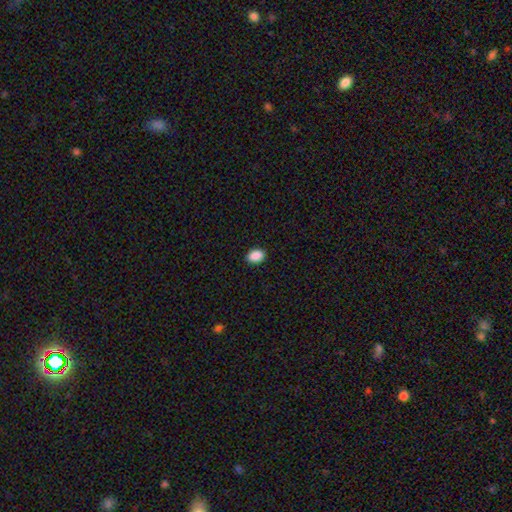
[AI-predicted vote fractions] Overall: smooth (90%). How rounded: in between (79%). Merging: none (90%).